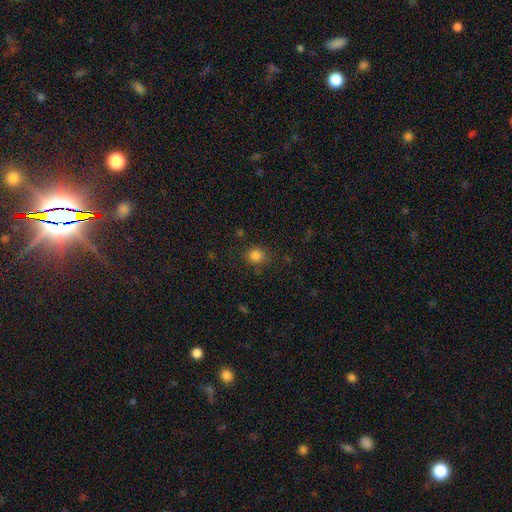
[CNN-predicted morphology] Smooth or featured? smooth (83%)
How rounded? round (74%)
Merging? none (79%)